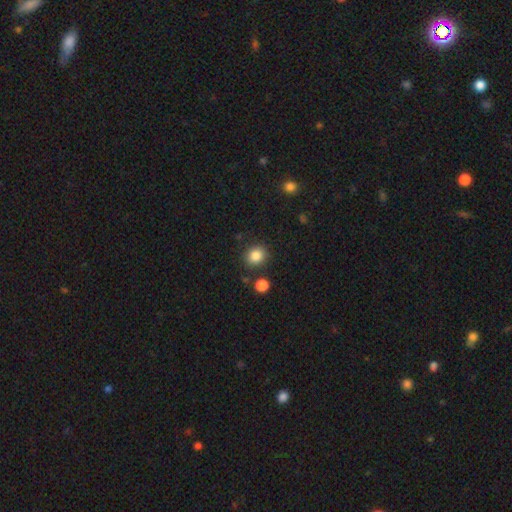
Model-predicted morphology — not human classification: smooth_or_featured: smooth (p=0.85) [alt: star or artifact p=0.10]
how_rounded: round (p=0.78) [alt: in between p=0.21]
merging: none (p=0.84) [alt: minor disturbance p=0.09]